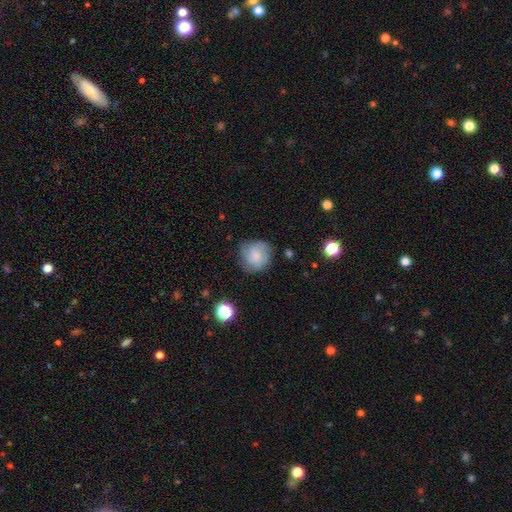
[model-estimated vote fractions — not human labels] Smooth or featured? smooth (65%)
How rounded? round (85%)
Merging? none (63%)